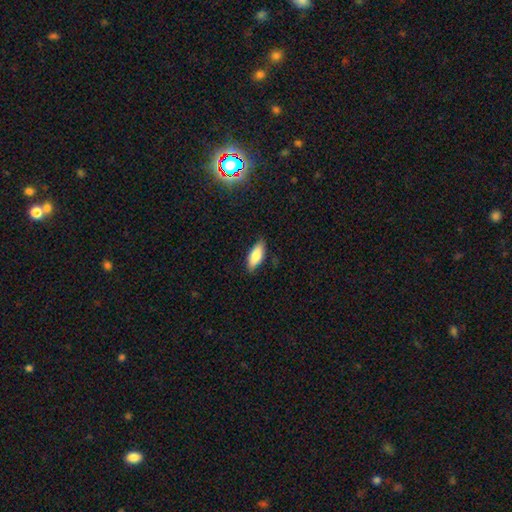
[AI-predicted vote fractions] Smooth or featured? Predicted: smooth (p=0.82). How rounded? Predicted: in between (p=0.76). Merging? Predicted: none (p=0.83).